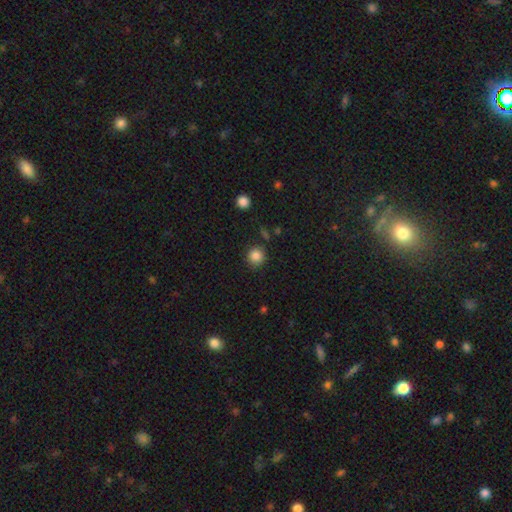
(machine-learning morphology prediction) smooth_or_featured: smooth (p=0.85) [alt: star or artifact p=0.11]
how_rounded: round (p=0.93) [alt: in between p=0.06]
merging: none (p=0.86) [alt: minor disturbance p=0.08]